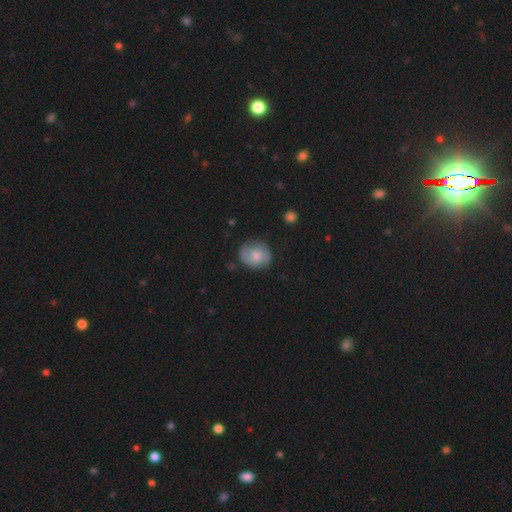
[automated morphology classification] smooth-or-featured: smooth: 49% | featured or disk: 44% | star or artifact: 7%
  merging: none: 71% | minor disturbance: 22% | major disturbance: 6% | merger: 2%